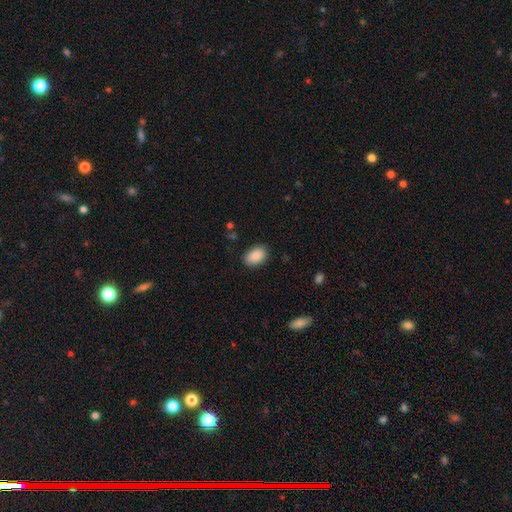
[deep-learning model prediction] The model was most divided on "how rounded": in between: 87%, round: 11%, cigar-shaped: 1%. More confident: smooth or featured — smooth (88%); merging — none (87%).